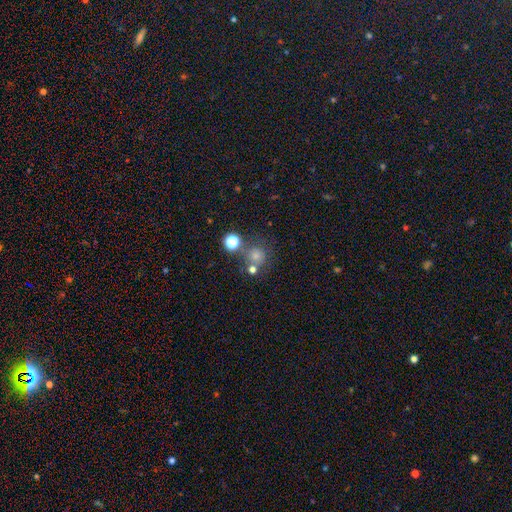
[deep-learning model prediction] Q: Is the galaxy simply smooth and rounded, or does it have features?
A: smooth — 62%.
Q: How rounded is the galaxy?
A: round — 89%.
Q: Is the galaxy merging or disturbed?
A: none — 67%.